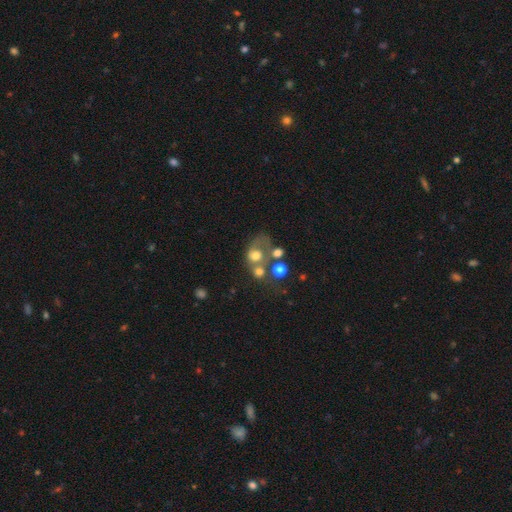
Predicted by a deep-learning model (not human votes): Morphology: type=smooth (57%); roundness=round (56%); merging=merger (44%).